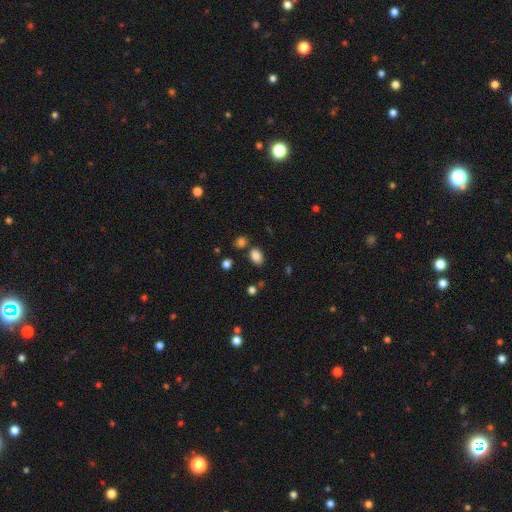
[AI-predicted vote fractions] Smooth or featured: smooth — 84% (star or artifact — 11%)
How rounded: in between — 75% (round — 24%)
Merging: none — 74% (minor disturbance — 13%)